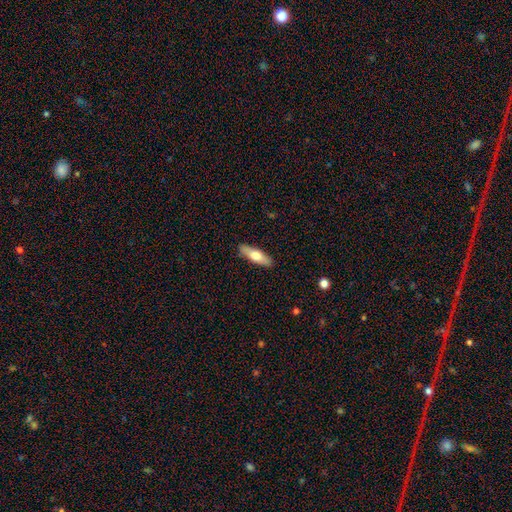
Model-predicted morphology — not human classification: This is likely a smooth galaxy (64%). How rounded: possibly cigar-shaped (51%). Merging: clearly none (88%).